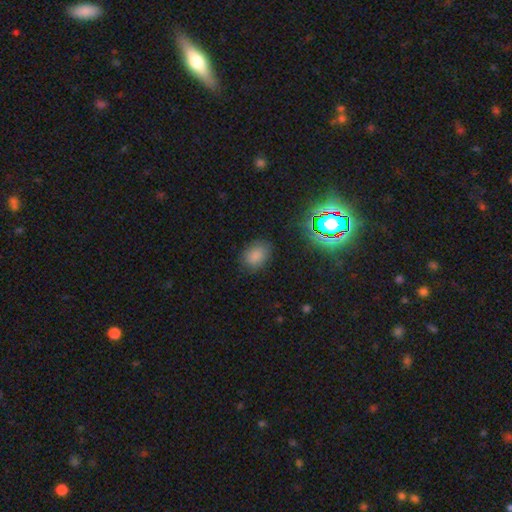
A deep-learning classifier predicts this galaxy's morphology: Smooth or featured: smooth — 78% (star or artifact — 16%)
How rounded: in between — 67% (round — 32%)
Merging: none — 81% (minor disturbance — 14%)